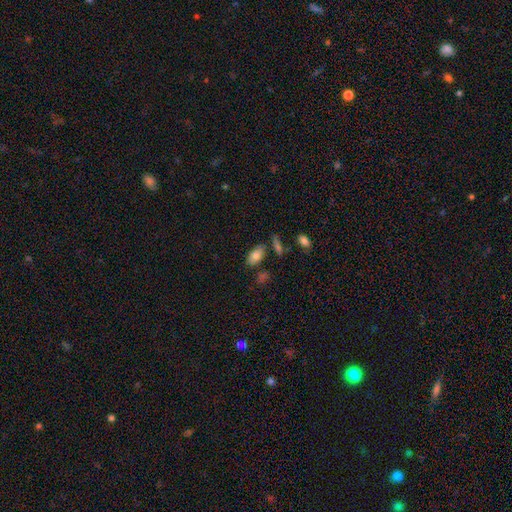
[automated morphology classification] smooth_or_featured: smooth (p=0.79) [alt: featured or disk p=0.13]
how_rounded: in between (p=0.92) [alt: cigar-shaped p=0.04]
merging: none (p=0.74) [alt: minor disturbance p=0.16]